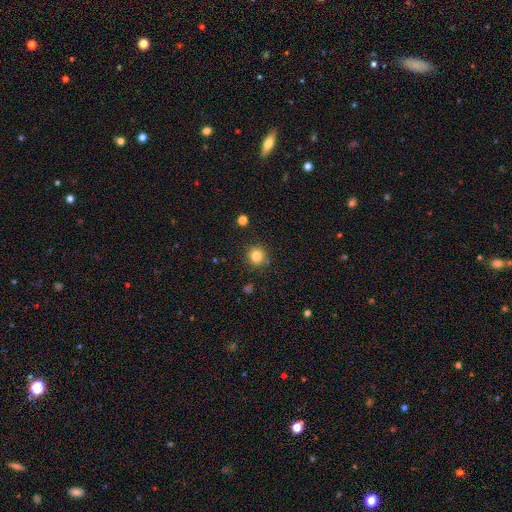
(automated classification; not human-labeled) This is clearly a smooth galaxy (82%). How rounded: clearly round (94%). Merging: clearly none (88%).